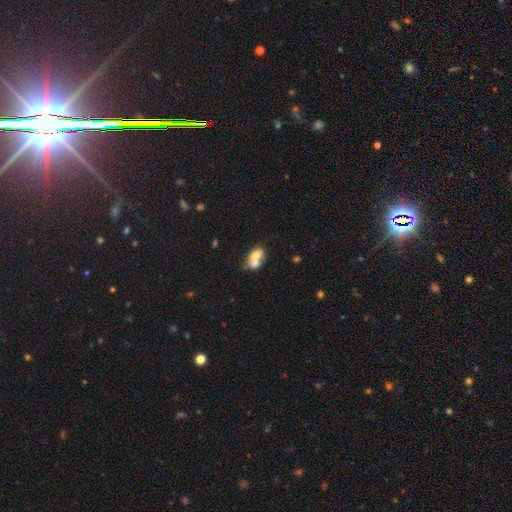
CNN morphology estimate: A smooth galaxy with no disk features (63%) that is in between round and cigar-shaped (71%). Merging: merger (68%).